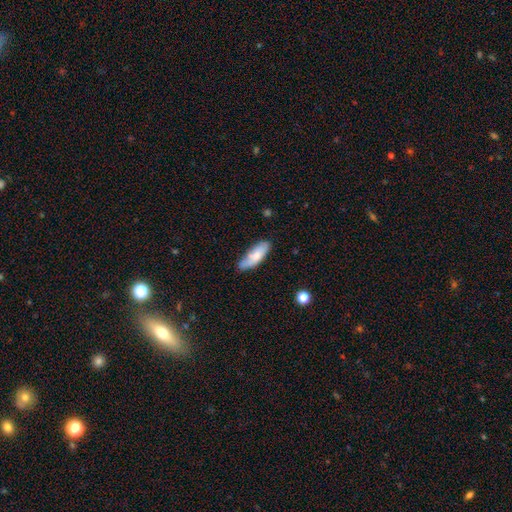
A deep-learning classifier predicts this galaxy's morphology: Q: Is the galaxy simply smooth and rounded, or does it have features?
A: smooth — 73%.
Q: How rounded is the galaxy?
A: in between — 67%.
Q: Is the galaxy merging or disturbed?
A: none — 65%.